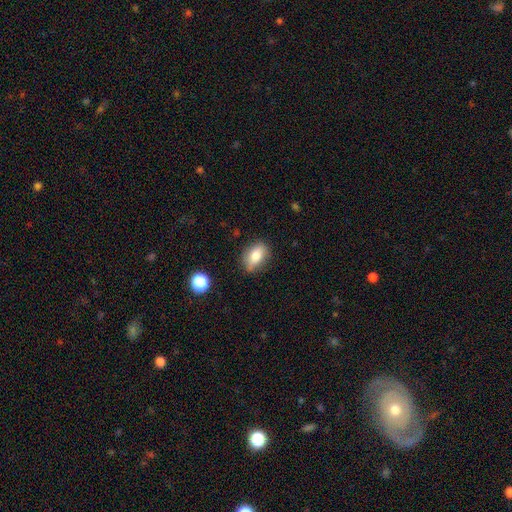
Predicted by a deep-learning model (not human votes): smooth-or-featured: smooth: 77% | featured or disk: 14% | star or artifact: 8%
  how-rounded: in between: 82% | round: 14% | cigar-shaped: 4%
  merging: none: 78% | minor disturbance: 17% | major disturbance: 3% | merger: 2%